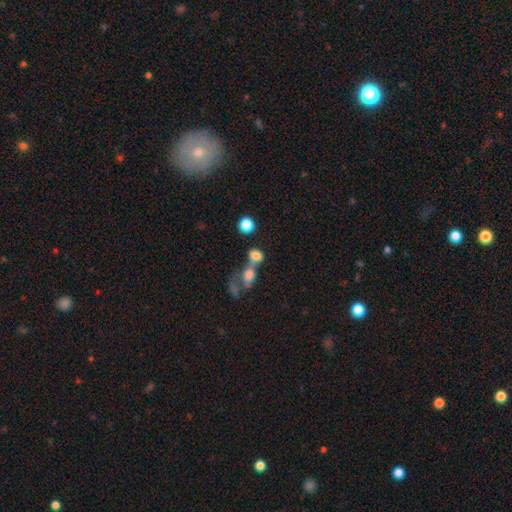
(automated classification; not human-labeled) smooth-or-featured: smooth: 74% | featured or disk: 14% | star or artifact: 12%
  how-rounded: in between: 61% | round: 36% | cigar-shaped: 3%
  merging: merger: 57% | none: 25% | major disturbance: 9% | minor disturbance: 9%